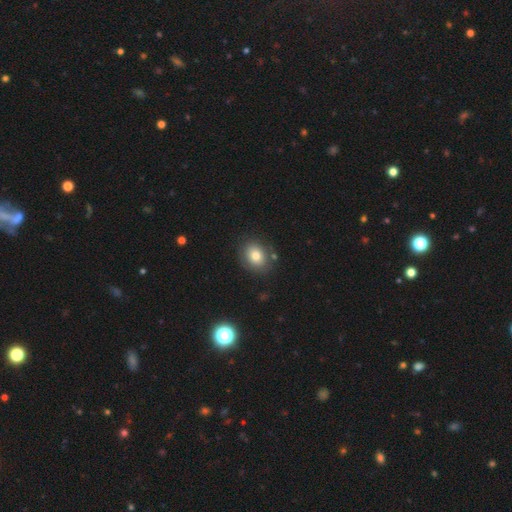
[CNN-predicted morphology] A smooth galaxy with no disk features (78%) that is round (52%). Merging: none (81%).